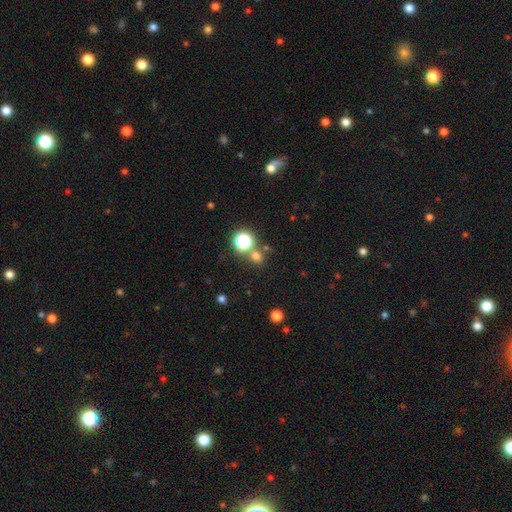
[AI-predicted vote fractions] smooth 65%, star or artifact 29%, featured or disk 6%. Down the decision tree: how rounded — round (88%); merging — none (69%).